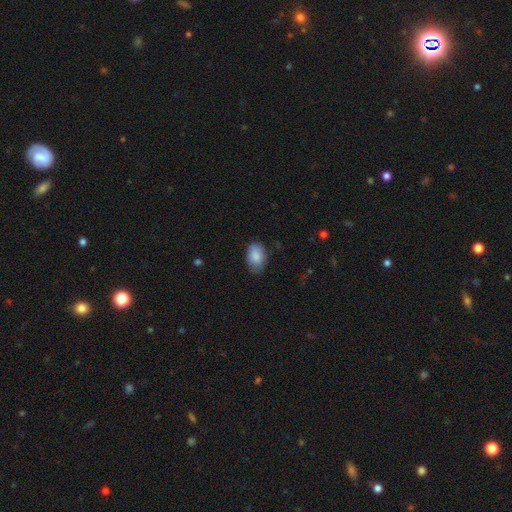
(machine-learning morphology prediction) This is clearly a smooth galaxy (86%). How rounded: clearly in between (87%). Merging: likely none (72%).